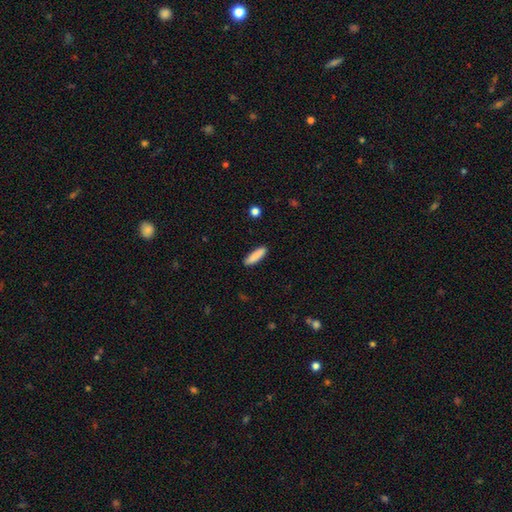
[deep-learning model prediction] A smooth galaxy with no disk features (87%) that is cigar-shaped (70%).

Vote fractions:
- Smooth or featured? smooth: 87% / featured or disk: 6% / star or artifact: 6%
- How rounded? cigar-shaped: 70% / in between: 28% / round: 1%
- Merging? none: 89% / minor disturbance: 8% / major disturbance: 2% / merger: 1%